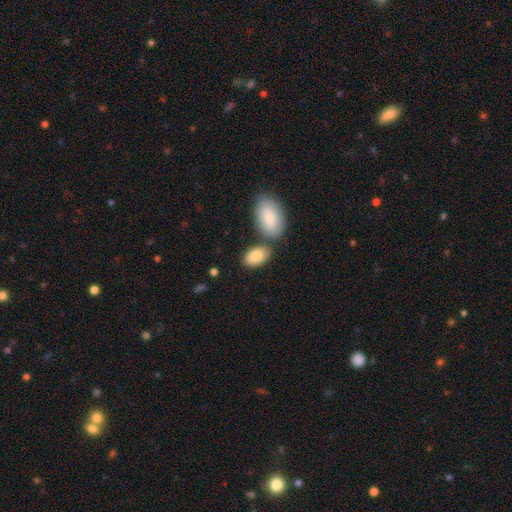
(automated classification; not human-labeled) smooth_or_featured: smooth (p=0.84) [alt: featured or disk p=0.10]
how_rounded: in between (p=0.92) [alt: round p=0.06]
merging: none (p=0.58) [alt: merger p=0.27]